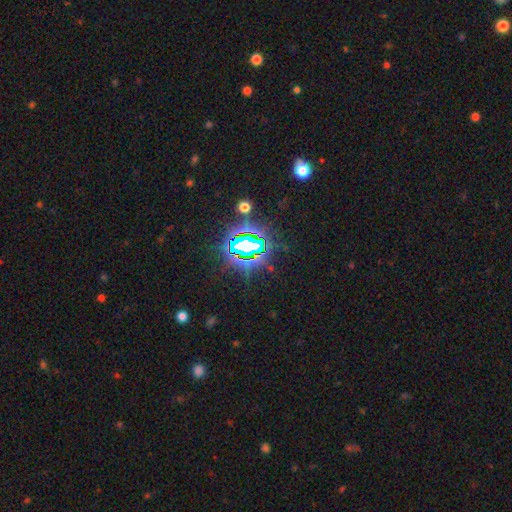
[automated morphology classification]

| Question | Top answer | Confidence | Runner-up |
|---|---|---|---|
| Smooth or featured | star or artifact | 78% | smooth (12%) |